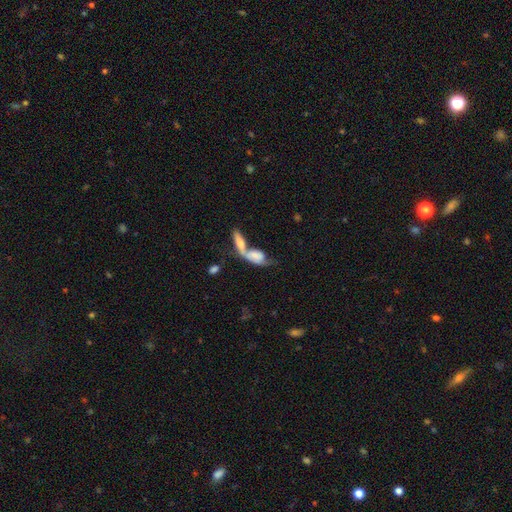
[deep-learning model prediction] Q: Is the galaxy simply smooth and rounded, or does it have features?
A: smooth — 59%.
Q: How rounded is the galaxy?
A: in between — 78%.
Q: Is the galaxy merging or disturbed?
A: merger — 67%.